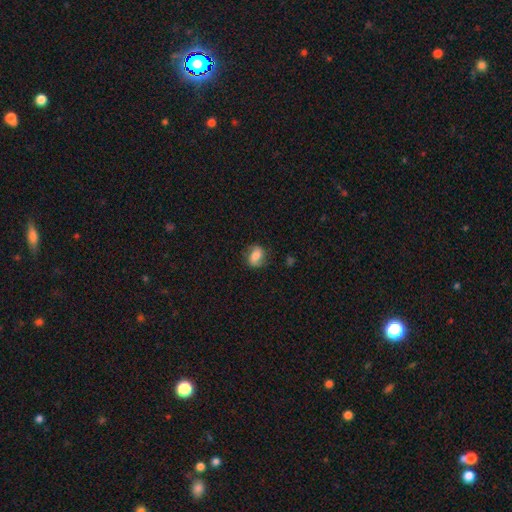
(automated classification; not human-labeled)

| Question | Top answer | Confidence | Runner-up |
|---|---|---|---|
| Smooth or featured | smooth | 60% | featured or disk (31%) |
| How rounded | in between | 57% | round (42%) |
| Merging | none | 73% | minor disturbance (19%) |